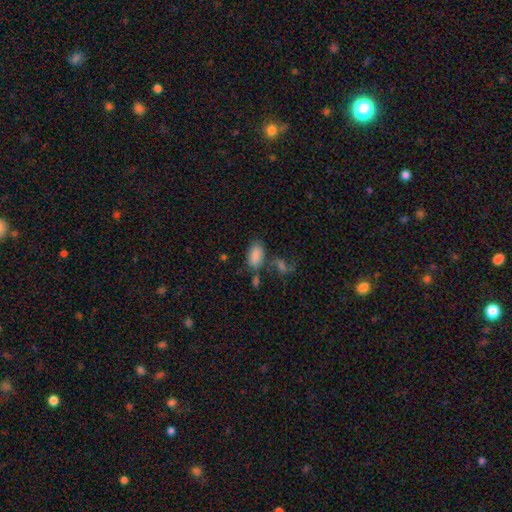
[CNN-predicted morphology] Smooth or featured: smooth — 85% (star or artifact — 9%)
How rounded: in between — 93% (round — 4%)
Merging: none — 58% (merger — 18%)